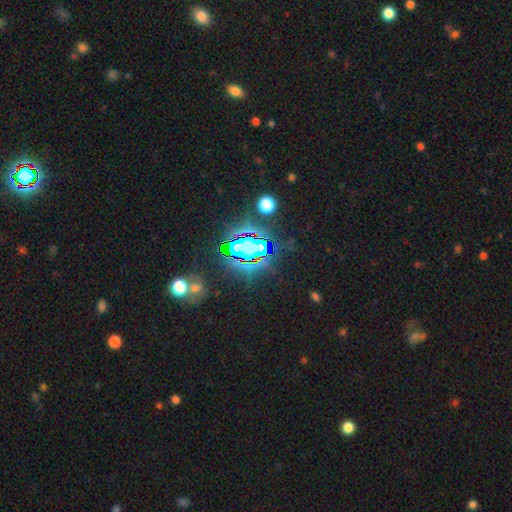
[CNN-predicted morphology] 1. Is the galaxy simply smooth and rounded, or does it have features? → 83% star or artifact, 11% smooth, 7% featured or disk.